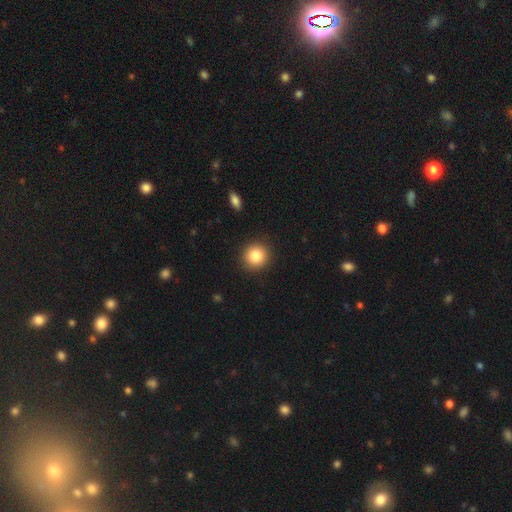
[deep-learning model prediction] Q: Smooth or featured?
A: smooth (84%); runner-up: star or artifact (9%)
Q: How rounded?
A: round (91%); runner-up: in between (8%)
Q: Merging?
A: none (91%); runner-up: minor disturbance (6%)